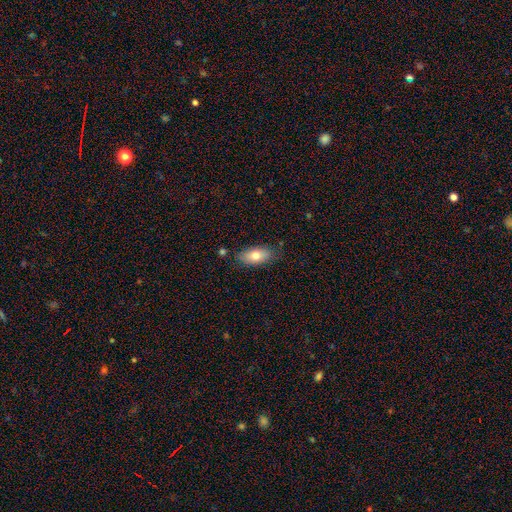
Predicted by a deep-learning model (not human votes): A smooth galaxy with no disk features (75%) that is in between round and cigar-shaped (88%). Merging: none (79%).